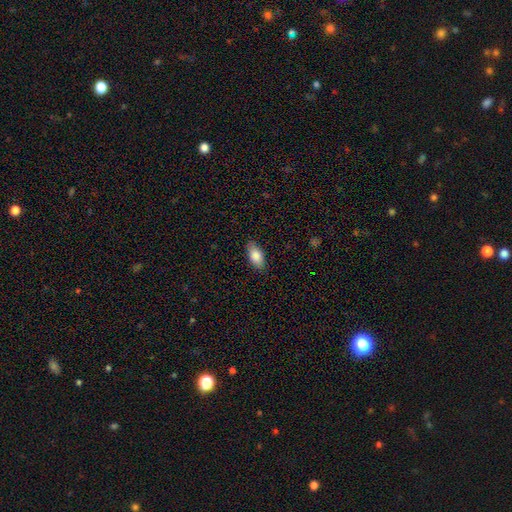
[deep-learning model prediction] Smooth or featured? smooth (85%)
How rounded? in between (91%)
Merging? none (85%)